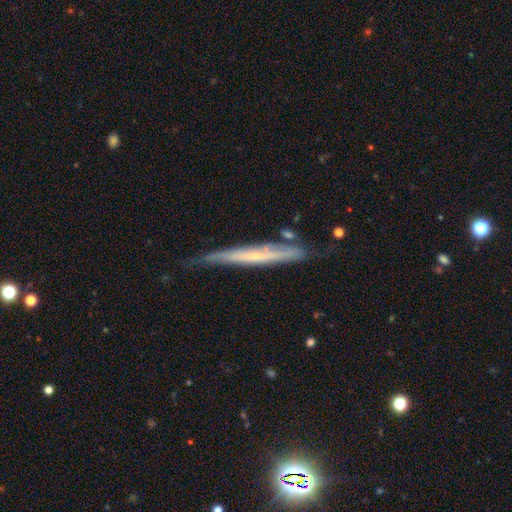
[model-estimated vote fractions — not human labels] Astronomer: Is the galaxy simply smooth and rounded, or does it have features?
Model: featured or disk — 62%.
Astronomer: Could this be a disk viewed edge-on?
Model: yes — 90%.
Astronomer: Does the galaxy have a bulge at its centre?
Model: none — 69%.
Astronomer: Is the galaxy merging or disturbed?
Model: none — 65%.